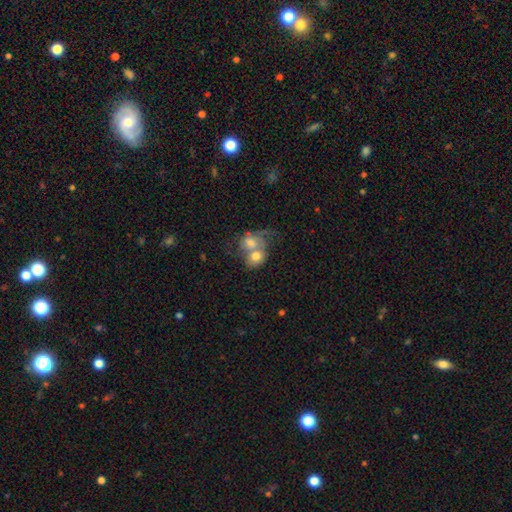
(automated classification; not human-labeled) A smooth galaxy with no disk features (60%) that is round (58%).

Vote fractions:
- Smooth or featured? smooth: 60% / featured or disk: 32% / star or artifact: 8%
- How rounded? round: 58% / in between: 41% / cigar-shaped: 1%
- Merging? merger: 77% / none: 11% / major disturbance: 6% / minor disturbance: 5%